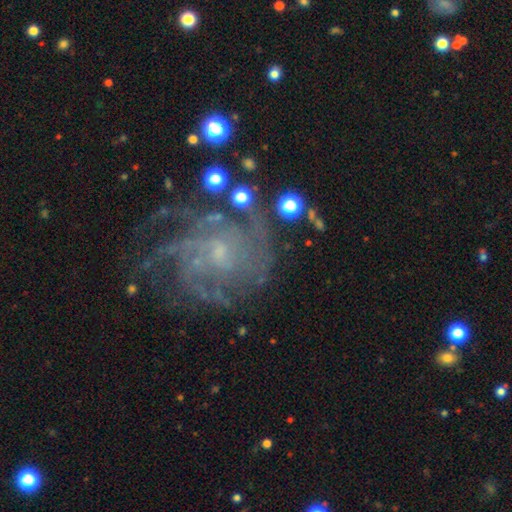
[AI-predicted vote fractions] Smooth or featured? featured or disk (82%)
Edge-on disk? no (98%)
Bar? no (64%)
Spiral arms? yes (95%)
Spiral winding? tight (60%)
Spiral arm count? can't tell (31%)
Bulge size? small (74%)
Merging? none (66%)